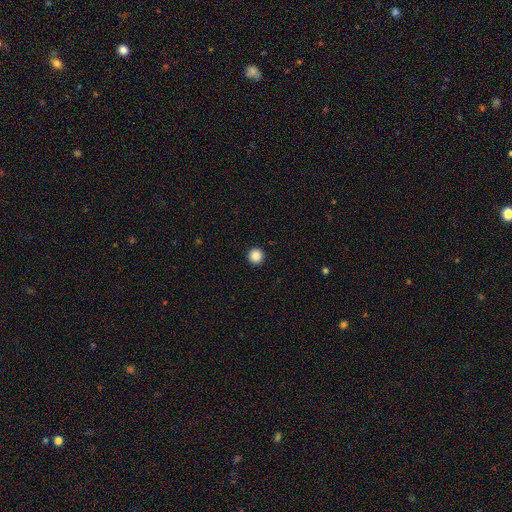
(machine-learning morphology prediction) smooth_or_featured: smooth (p=0.87) [alt: star or artifact p=0.10]
how_rounded: round (p=0.97) [alt: in between p=0.02]
merging: none (p=0.94) [alt: minor disturbance p=0.04]